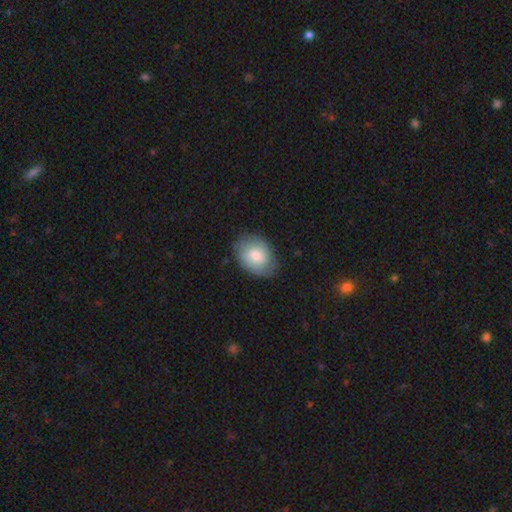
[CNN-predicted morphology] type=smooth (75%); roundness=in between (73%); merging=none (71%).